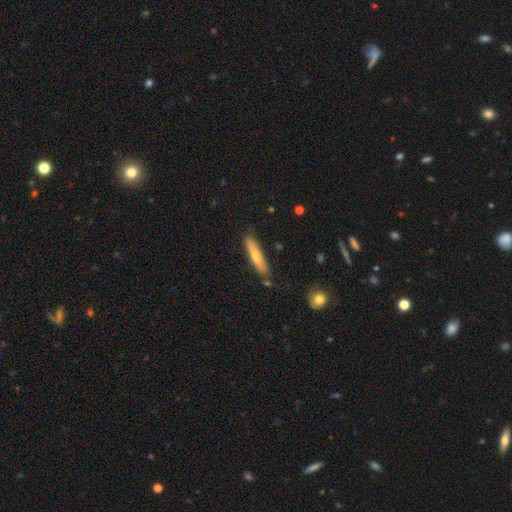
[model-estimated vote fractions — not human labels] This appears to be a smooth galaxy with no disk features (62%) that is cigar-shaped (88%). Merging: none (83%).